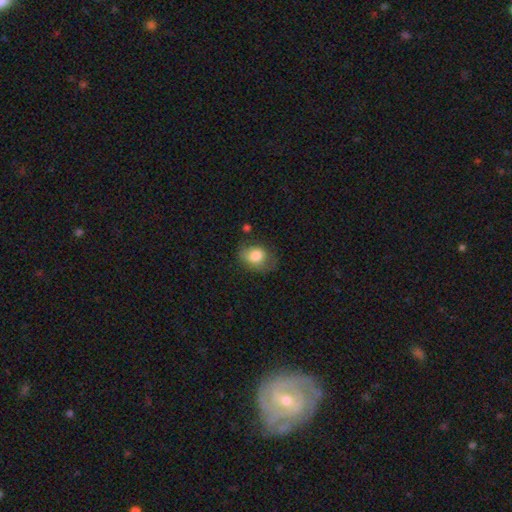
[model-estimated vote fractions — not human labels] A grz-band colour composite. It shows a smooth galaxy with no disk features (80%) that is in between round and cigar-shaped (55%). Merging: none (54%).